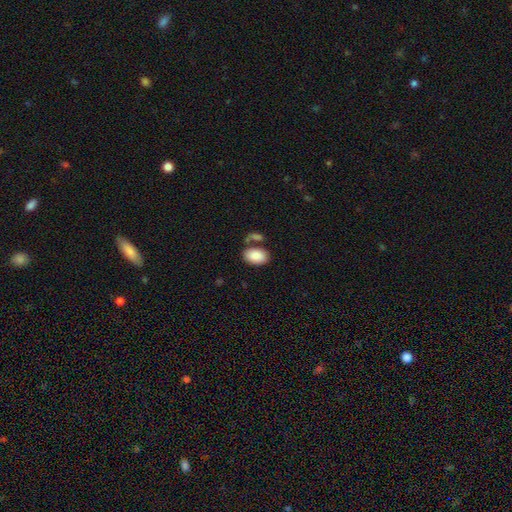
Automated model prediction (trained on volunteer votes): smooth 87%, featured or disk 7%, star or artifact 6%. Down the decision tree: how rounded — in between (91%); merging — none (61%).